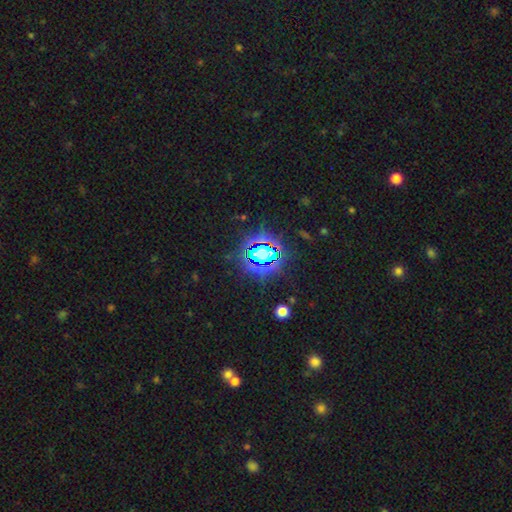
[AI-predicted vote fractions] Morphology: type=star or artifact (71%).